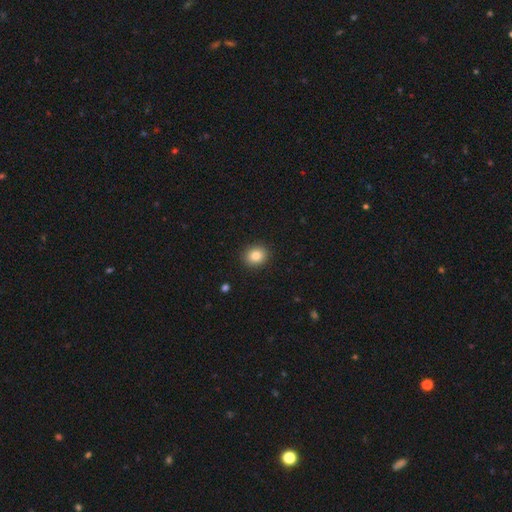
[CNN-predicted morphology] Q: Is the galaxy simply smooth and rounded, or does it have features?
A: smooth — 84%.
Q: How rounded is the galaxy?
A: round — 68%.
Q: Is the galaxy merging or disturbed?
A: none — 91%.